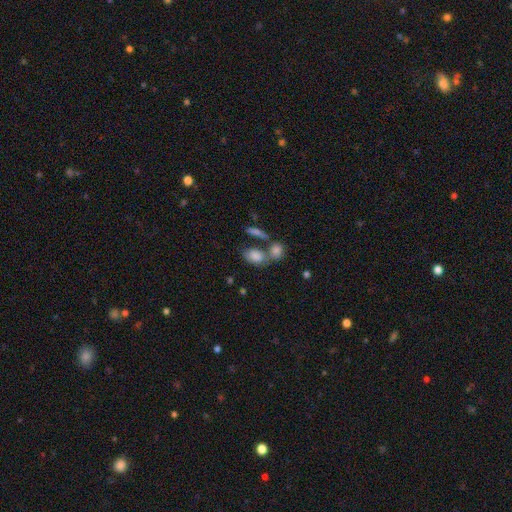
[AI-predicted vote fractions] Morphology: type=smooth (81%); roundness=in between (80%); merging=none (43%).